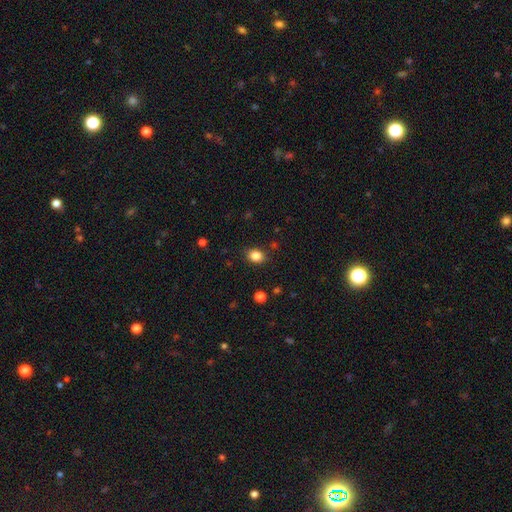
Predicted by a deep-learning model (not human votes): The model was most divided on "how rounded": in between: 55%, round: 44%, cigar-shaped: 1%. More confident: merging — none (85%); smooth or featured — smooth (84%).